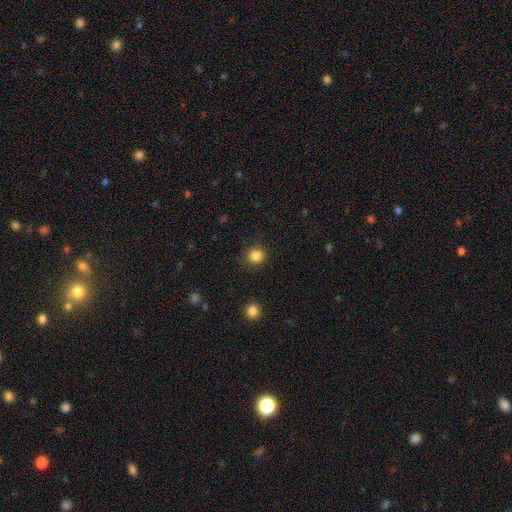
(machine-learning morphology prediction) smooth_or_featured: smooth (p=0.85) [alt: star or artifact p=0.11]
how_rounded: round (p=0.85) [alt: in between p=0.14]
merging: none (p=0.88) [alt: minor disturbance p=0.08]